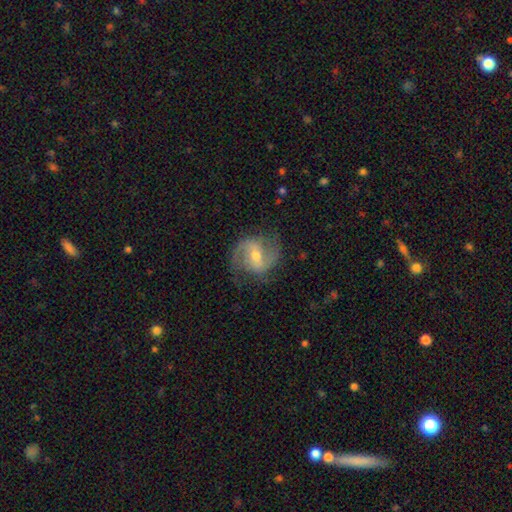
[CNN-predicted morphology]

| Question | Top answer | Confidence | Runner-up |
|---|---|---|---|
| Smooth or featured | featured or disk | 85% | smooth (9%) |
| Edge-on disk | no | 97% | yes (3%) |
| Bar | weak | 48% | strong (28%) |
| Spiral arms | yes | 96% | no (4%) |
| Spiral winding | medium | 53% | loose (30%) |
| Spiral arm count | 2 | 89% | can't tell (4%) |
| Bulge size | moderate | 52% | small (43%) |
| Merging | none | 77% | minor disturbance (15%) |